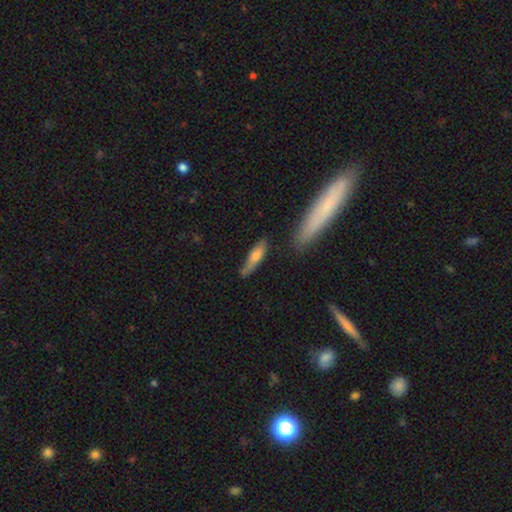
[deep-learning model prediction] smooth 66%, featured or disk 28%, star or artifact 6%. Down the decision tree: how rounded — cigar-shaped (68%); merging — none (63%).